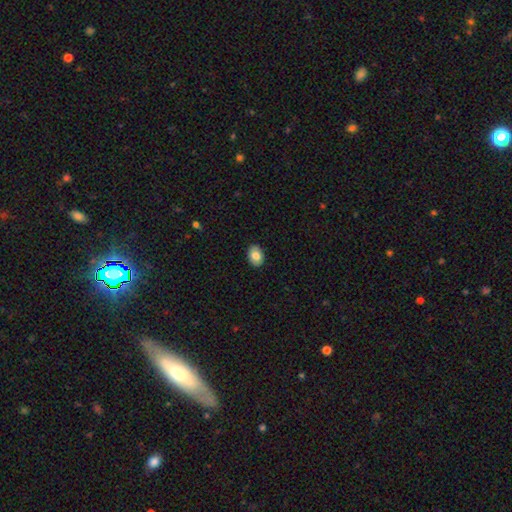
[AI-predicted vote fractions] Smooth or featured?
  - smooth: 84% *
  - featured or disk: 8%
  - star or artifact: 7%
How rounded?
  - in between: 78% *
  - round: 21%
  - cigar-shaped: 1%
Merging?
  - none: 90% *
  - minor disturbance: 8%
  - major disturbance: 2%
  - merger: 1%